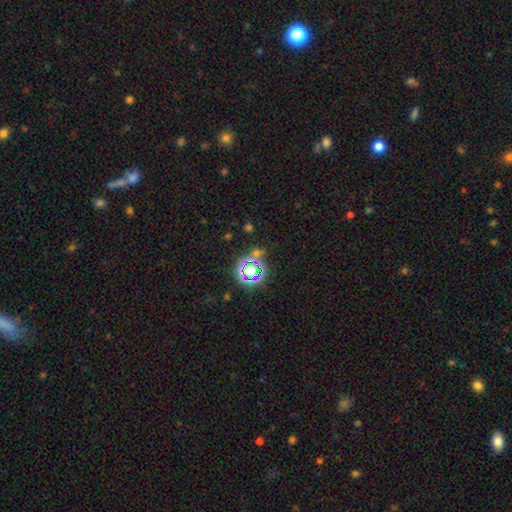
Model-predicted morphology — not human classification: Smooth or featured? star or artifact (72%)